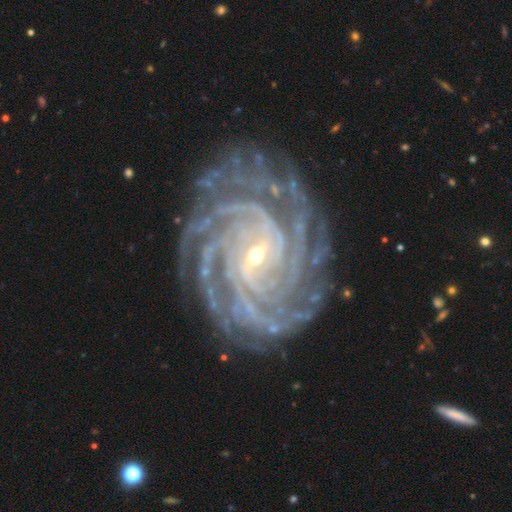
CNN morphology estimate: Smooth or featured: featured or disk — 93% (star or artifact — 4%)
Edge-on disk: no — 98% (yes — 2%)
Bar: weak — 41% (no — 35%)
Spiral arms: yes — 99% (no — 1%)
Spiral winding: tight — 84% (medium — 14%)
Spiral arm count: more than 4 — 39% (4 — 22%)
Bulge size: small — 76% (moderate — 21%)
Merging: none — 84% (minor disturbance — 11%)